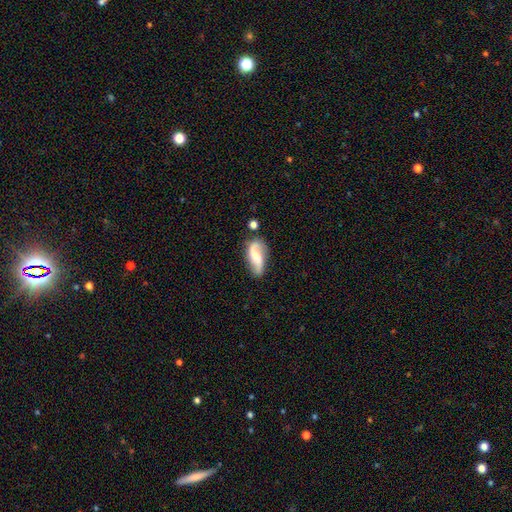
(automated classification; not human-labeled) Smooth or featured? Predicted: featured or disk (p=0.64). Edge-on disk? Predicted: no (p=0.94). Bar? Predicted: no (p=0.45). Spiral arms? Predicted: yes (p=0.92). Spiral winding? Predicted: loose (p=0.69). Spiral arm count? Predicted: 2 (p=0.88). Bulge size? Predicted: moderate (p=0.36). Merging? Predicted: none (p=0.63).